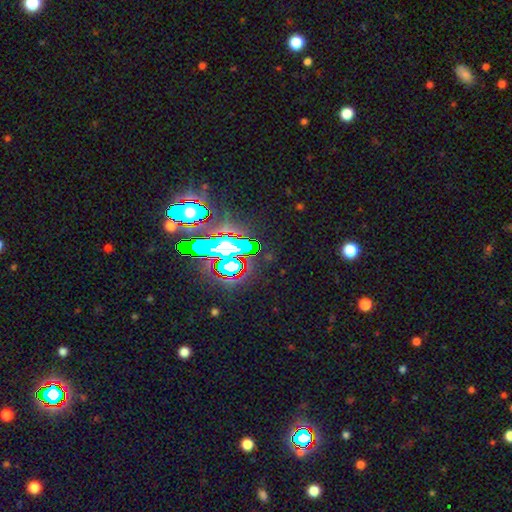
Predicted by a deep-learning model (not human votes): Morphology: type=star or artifact (78%).